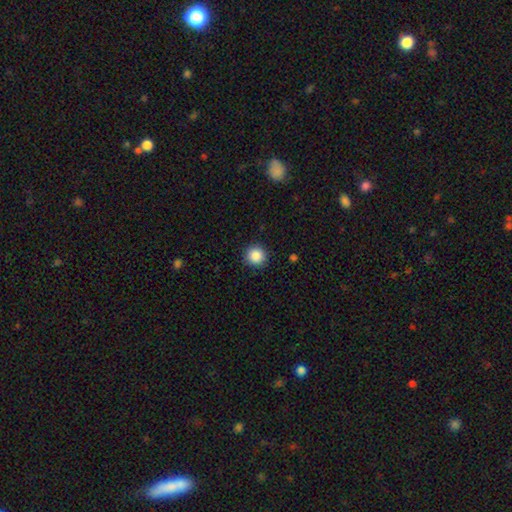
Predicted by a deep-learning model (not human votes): smooth_or_featured: smooth (p=0.87) [alt: star or artifact p=0.09]
how_rounded: round (p=0.94) [alt: in between p=0.05]
merging: none (p=0.91) [alt: minor disturbance p=0.06]